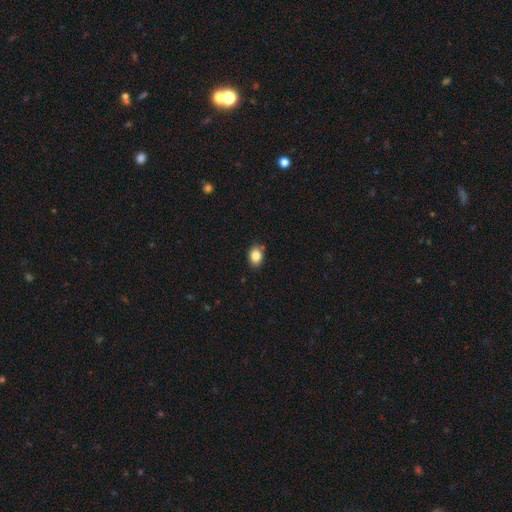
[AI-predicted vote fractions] Overall: smooth (85%). How rounded: in between (68%; round 31%). Merging: none (82%).